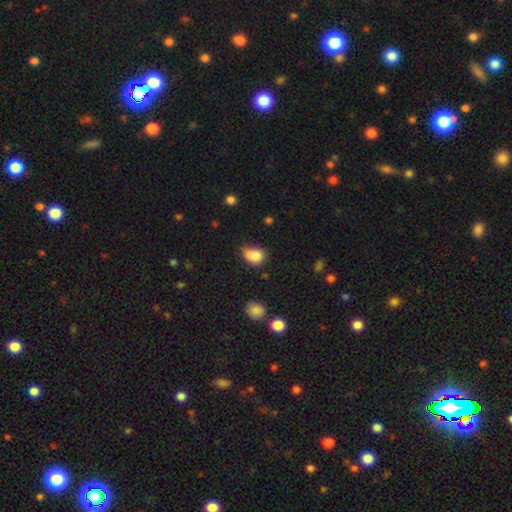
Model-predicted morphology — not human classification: Smooth or featured?
  - smooth: 81% *
  - star or artifact: 10%
  - featured or disk: 8%
How rounded?
  - in between: 63% *
  - round: 36%
  - cigar-shaped: 1%
Merging?
  - none: 40% *
  - minor disturbance: 33%
  - merger: 17%
  - major disturbance: 11%